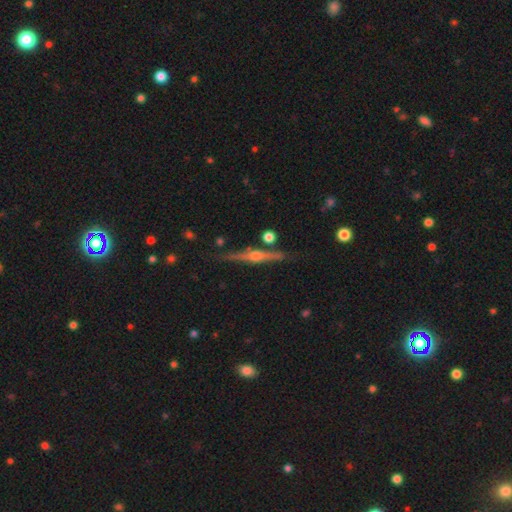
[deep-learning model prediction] Overall: featured or disk (83%). Edge-on disk: yes (98%). Edge-on bulge: rounded (92%). Merging: none (87%).